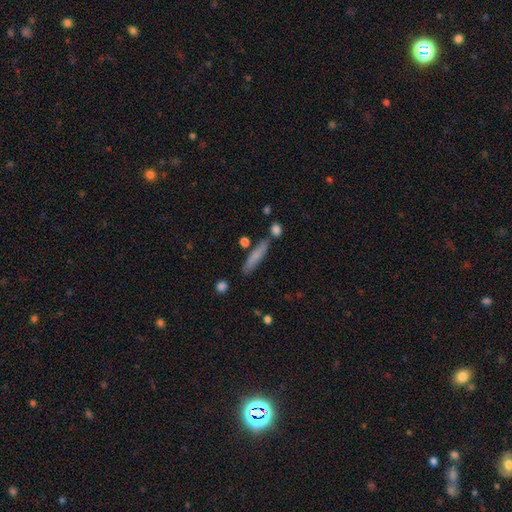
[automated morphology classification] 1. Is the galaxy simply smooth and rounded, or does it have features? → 75% smooth, 18% featured or disk, 7% star or artifact.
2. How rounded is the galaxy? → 88% cigar-shaped, 11% in between, 2% round.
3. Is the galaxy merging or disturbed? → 79% none, 12% minor disturbance, 7% merger, 3% major disturbance.